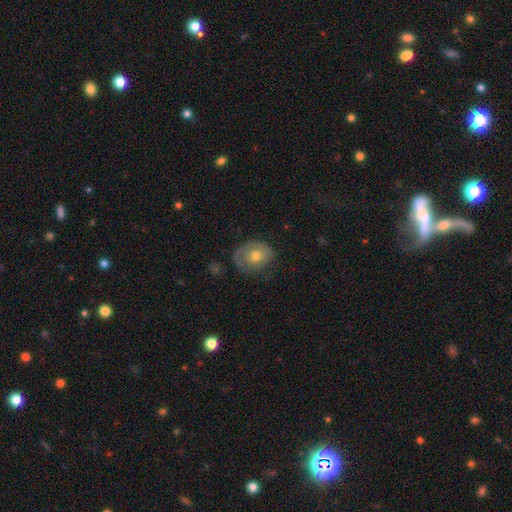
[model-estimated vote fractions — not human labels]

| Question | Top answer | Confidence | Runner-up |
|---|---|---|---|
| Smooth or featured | smooth | 57% | featured or disk (35%) |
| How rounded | round | 62% | in between (37%) |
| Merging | none | 64% | minor disturbance (24%) |